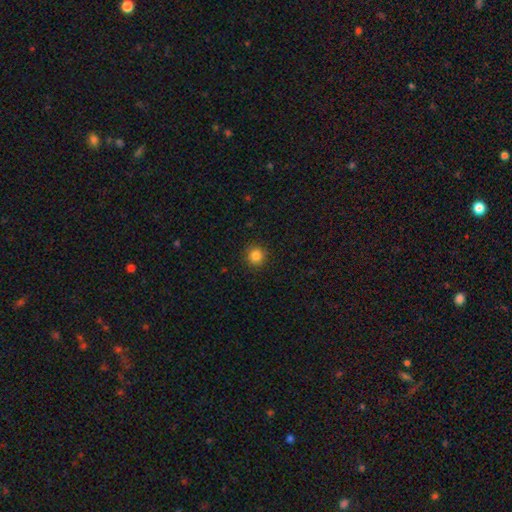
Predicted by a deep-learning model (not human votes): smooth 85%, star or artifact 11%, featured or disk 4%. Down the decision tree: how rounded — round (93%); merging — none (91%).